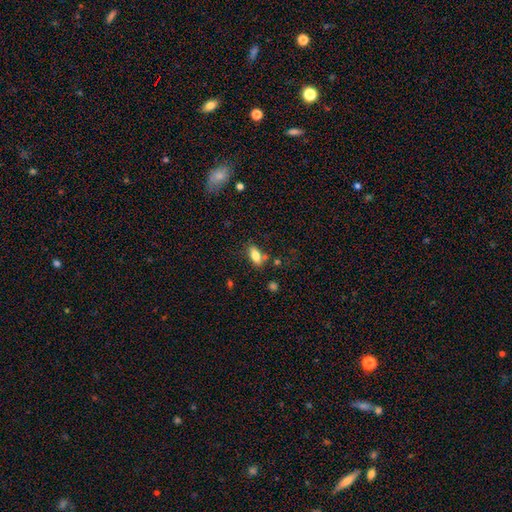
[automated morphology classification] Smooth or featured? smooth (78%)
How rounded? in between (84%)
Merging? none (74%)